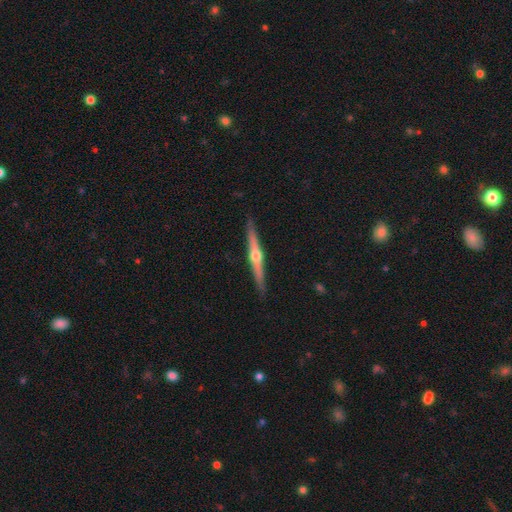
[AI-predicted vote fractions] A featured or disk galaxy (79%) viewed edge-on (98%) with a rounded central bulge (93%). Merging: none (91%).